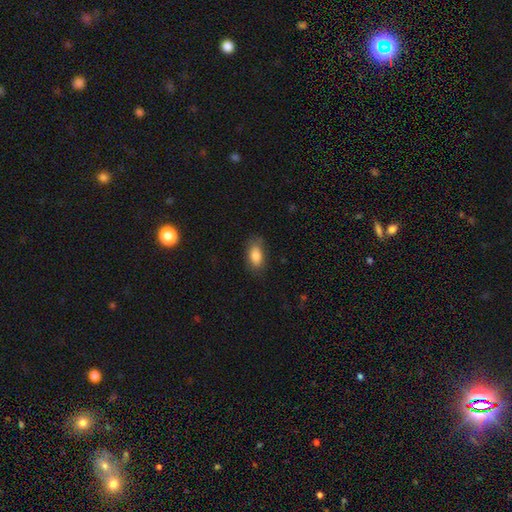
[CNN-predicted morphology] smooth_or_featured: smooth (p=0.84) [alt: featured or disk p=0.09]
how_rounded: in between (p=0.90) [alt: cigar-shaped p=0.05]
merging: none (p=0.76) [alt: minor disturbance p=0.18]